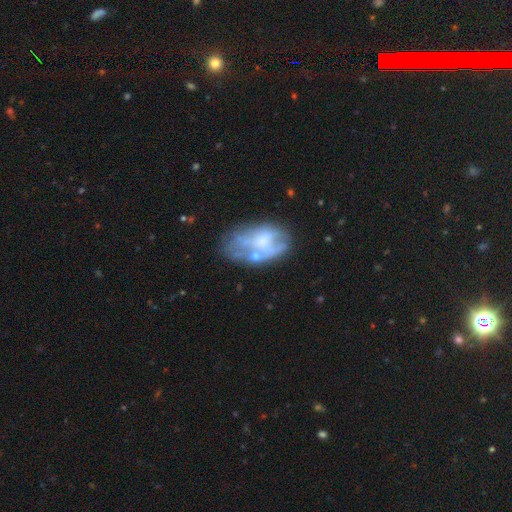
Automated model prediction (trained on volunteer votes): Morphology: type=featured or disk (58%); edge-on=no (96%); bar=no (78%); spiral arms=no (68%); bulge=none (37%); merging=none (41%).